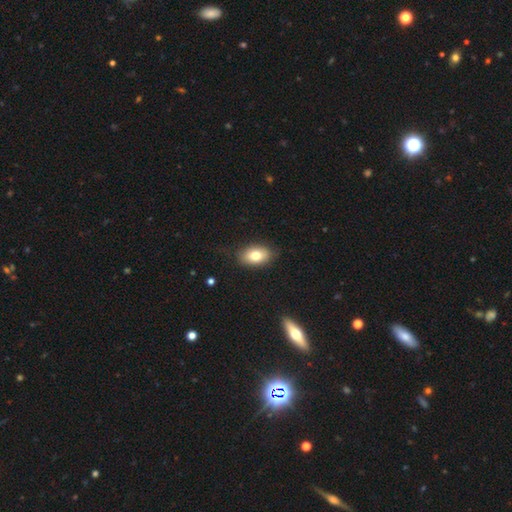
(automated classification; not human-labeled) This appears to be a smooth galaxy with no disk features (78%) that is in between round and cigar-shaped (89%). Merging: none (83%).